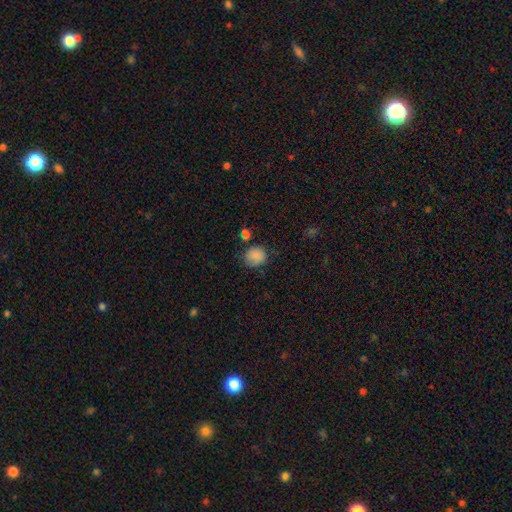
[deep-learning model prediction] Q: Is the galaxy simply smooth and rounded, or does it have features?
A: smooth — 84%.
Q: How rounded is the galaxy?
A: round — 74%.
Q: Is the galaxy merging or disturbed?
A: none — 69%.